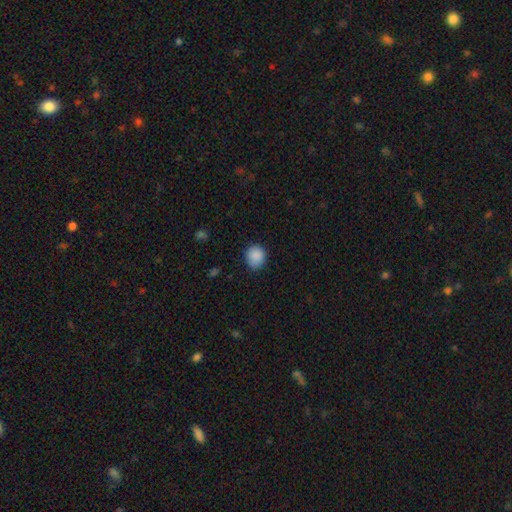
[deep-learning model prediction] Smooth or featured: smooth — 88% (star or artifact — 9%)
How rounded: round — 81% (in between — 18%)
Merging: none — 79% (minor disturbance — 17%)